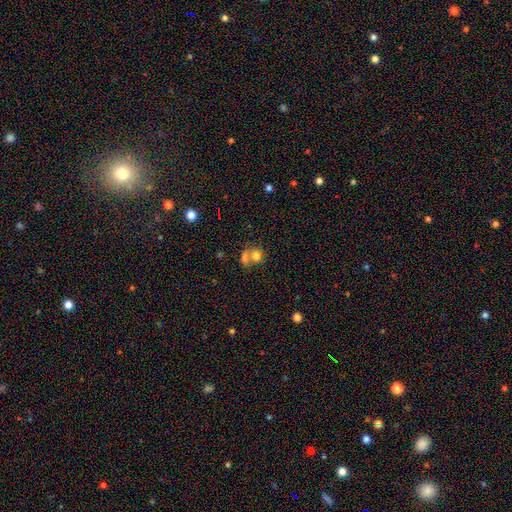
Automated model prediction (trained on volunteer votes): smooth_or_featured: smooth (p=0.75) [alt: featured or disk p=0.13]
how_rounded: round (p=0.74) [alt: in between p=0.25]
merging: merger (p=0.49) [alt: none p=0.36]